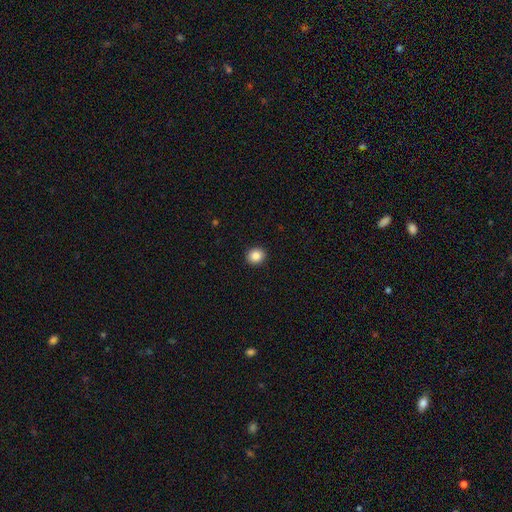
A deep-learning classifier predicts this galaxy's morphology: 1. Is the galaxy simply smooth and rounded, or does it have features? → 86% smooth, 9% star or artifact, 5% featured or disk.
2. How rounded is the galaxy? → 80% round, 19% in between, 1% cigar-shaped.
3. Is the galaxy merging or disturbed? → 92% none, 5% minor disturbance, 2% major disturbance, 1% merger.